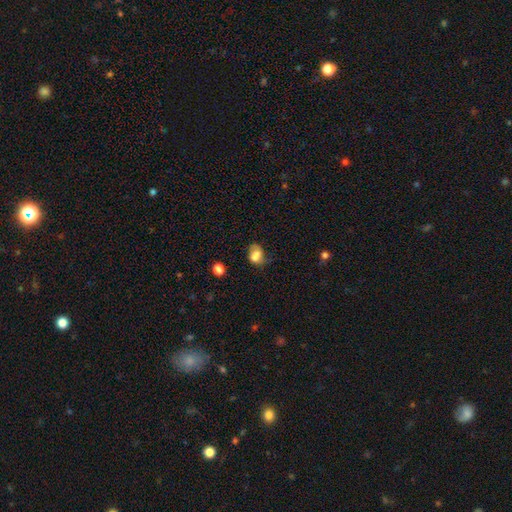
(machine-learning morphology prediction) type=smooth (68%); roundness=in between (66%); merging=none (34%).